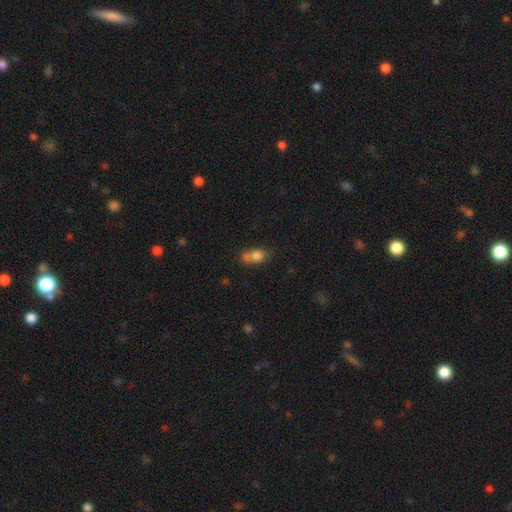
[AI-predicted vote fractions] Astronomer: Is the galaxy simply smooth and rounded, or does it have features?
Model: smooth — 77%.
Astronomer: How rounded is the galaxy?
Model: in between — 58% (runner-up: round, 38%).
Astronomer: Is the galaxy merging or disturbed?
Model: merger — 41% (runner-up: none, 38%).